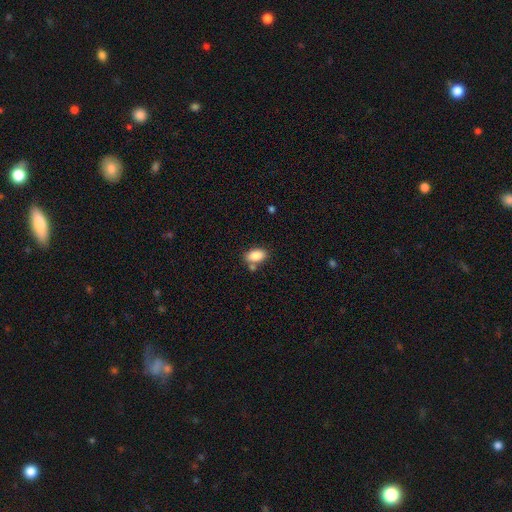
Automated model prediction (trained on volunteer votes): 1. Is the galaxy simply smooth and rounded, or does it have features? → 87% smooth, 8% star or artifact, 6% featured or disk.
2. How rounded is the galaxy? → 91% in between, 7% round, 2% cigar-shaped.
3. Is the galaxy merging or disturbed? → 66% none, 16% merger, 14% minor disturbance, 4% major disturbance.